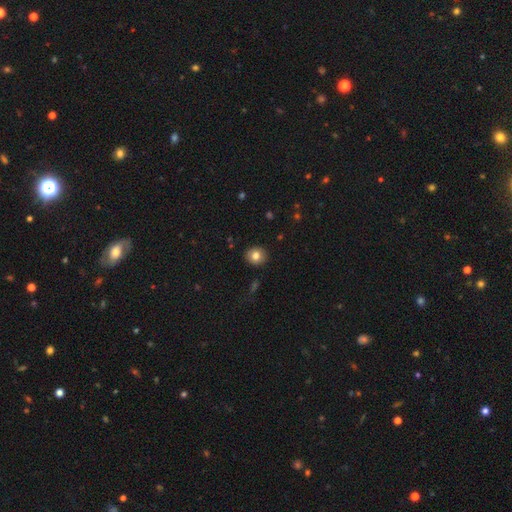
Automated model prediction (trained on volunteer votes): Overall: smooth (81%). How rounded: round (83%). Merging: none (90%).